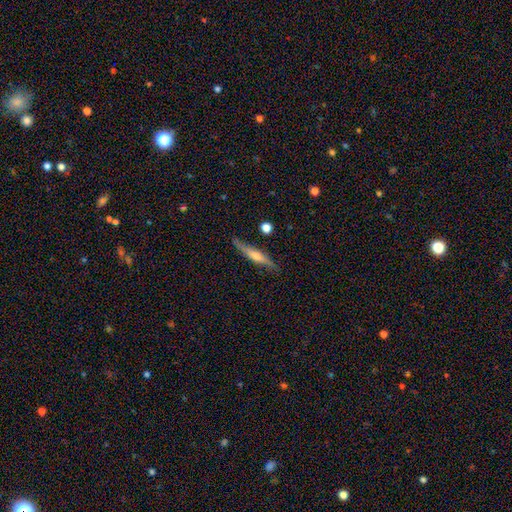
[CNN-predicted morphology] featured or disk 62%, smooth 32%, star or artifact 6%. Down the decision tree: edge-on disk — yes (92%); edge-on bulge — rounded (76%); merging — none (80%).